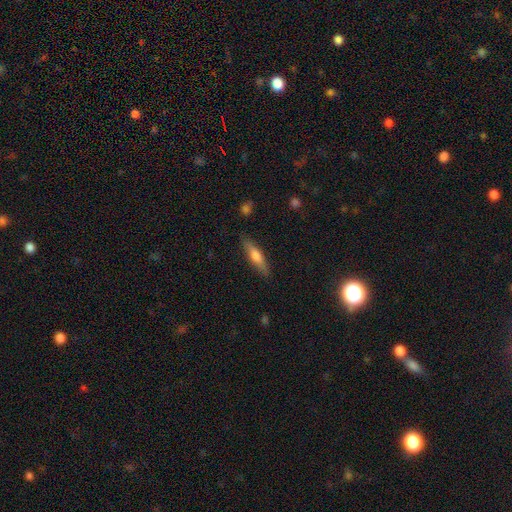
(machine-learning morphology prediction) Q: Smooth or featured?
A: smooth (57%); runner-up: featured or disk (37%)
Q: How rounded?
A: cigar-shaped (77%); runner-up: in between (21%)
Q: Merging?
A: none (85%); runner-up: minor disturbance (11%)